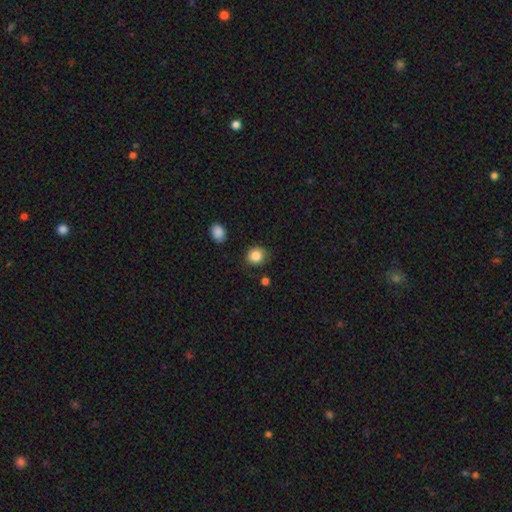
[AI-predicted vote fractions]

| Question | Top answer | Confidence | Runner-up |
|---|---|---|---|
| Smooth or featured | smooth | 86% | star or artifact (9%) |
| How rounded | round | 83% | in between (16%) |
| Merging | none | 82% | minor disturbance (13%) |